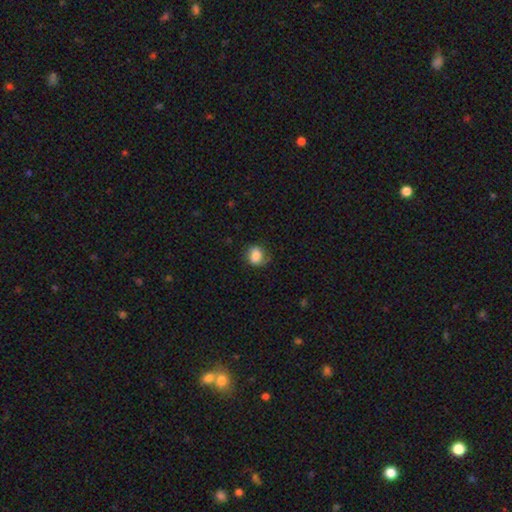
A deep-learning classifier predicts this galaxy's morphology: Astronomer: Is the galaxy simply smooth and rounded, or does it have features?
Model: smooth — 75%.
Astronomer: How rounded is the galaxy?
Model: round — 52% (runner-up: in between, 47%).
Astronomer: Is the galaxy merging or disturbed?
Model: none — 54%.